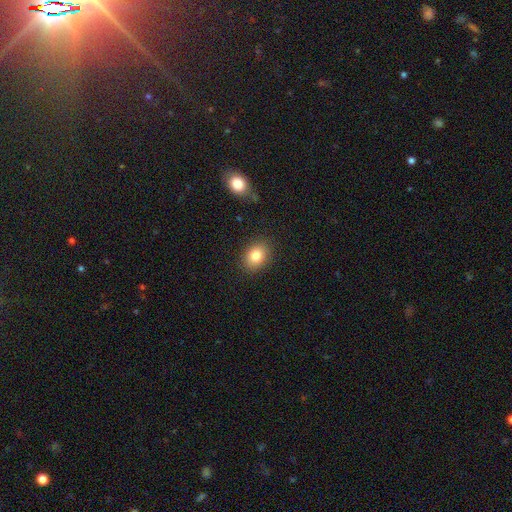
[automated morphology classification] Smooth or featured? smooth (81%)
How rounded? in between (59%)
Merging? none (86%)